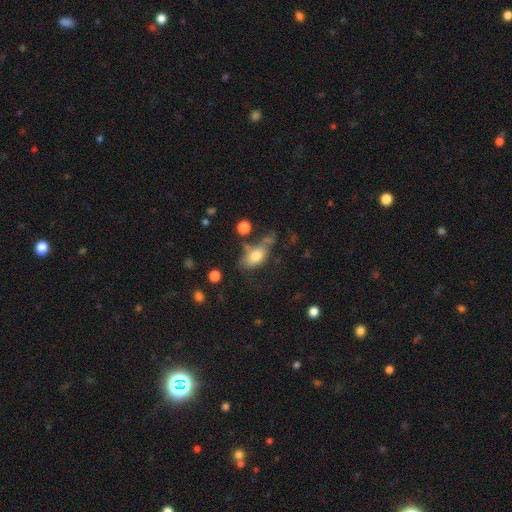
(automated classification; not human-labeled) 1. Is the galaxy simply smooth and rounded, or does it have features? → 74% smooth, 17% featured or disk, 9% star or artifact.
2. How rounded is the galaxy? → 84% in between, 9% round, 7% cigar-shaped.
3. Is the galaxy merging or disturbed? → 36% none, 27% minor disturbance, 22% major disturbance, 16% merger.